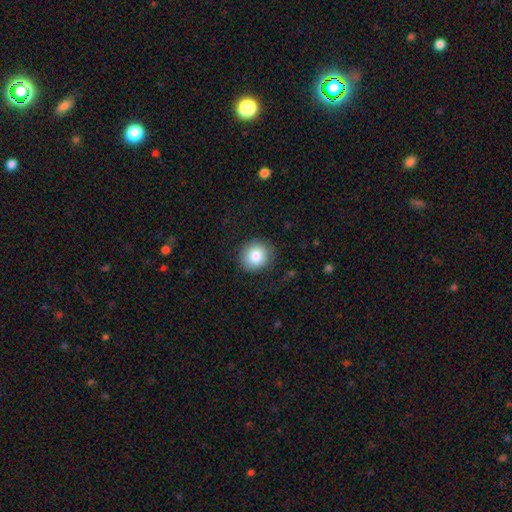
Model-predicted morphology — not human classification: A smooth galaxy with no disk features (82%) that is round (85%).

Vote fractions:
- Smooth or featured? smooth: 82% / featured or disk: 9% / star or artifact: 9%
- How rounded? round: 85% / in between: 14% / cigar-shaped: 1%
- Merging? none: 82% / minor disturbance: 12% / major disturbance: 4% / merger: 1%